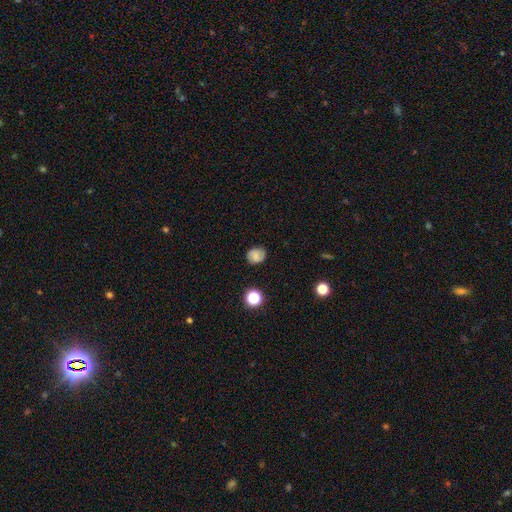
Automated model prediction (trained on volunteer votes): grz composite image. It shows a smooth galaxy with no disk features (70%) that is round (66%). Merging: none (81%).